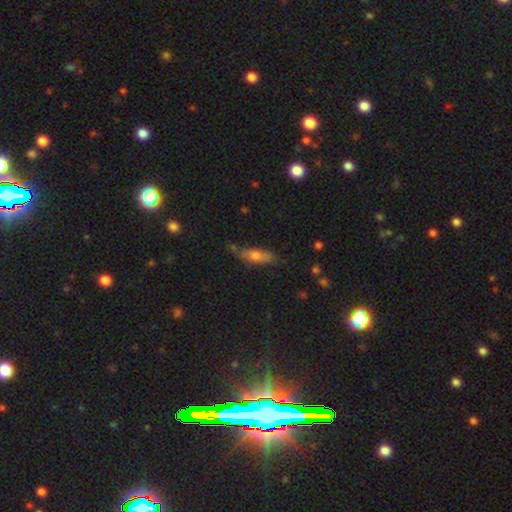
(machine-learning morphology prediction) The model was most divided on "how rounded": in between: 51%, cigar-shaped: 45%, round: 4%. More confident: merging — none (64%); smooth or featured — smooth (58%).